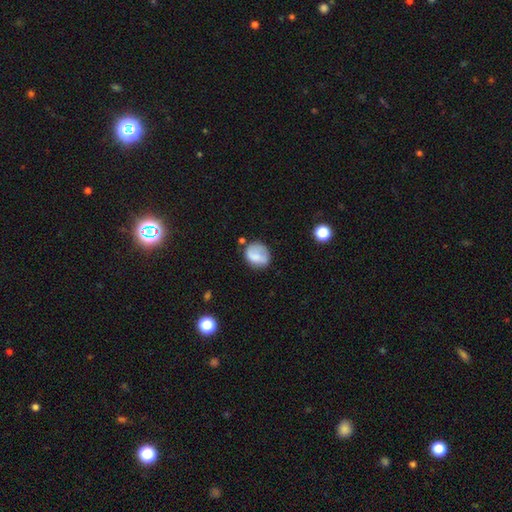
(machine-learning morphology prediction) type=smooth (70%); roundness=round (65%); merging=none (59%).